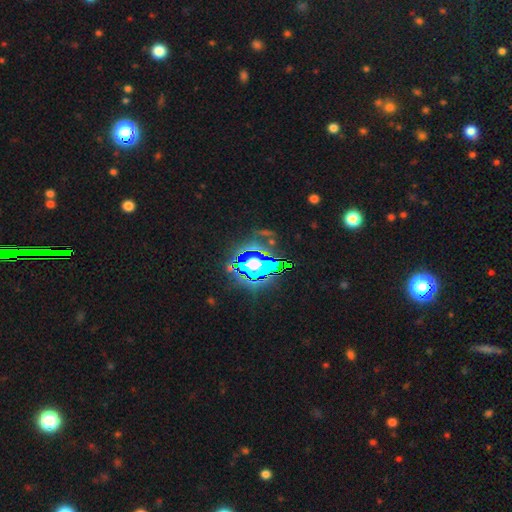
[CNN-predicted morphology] type=star or artifact (65%).